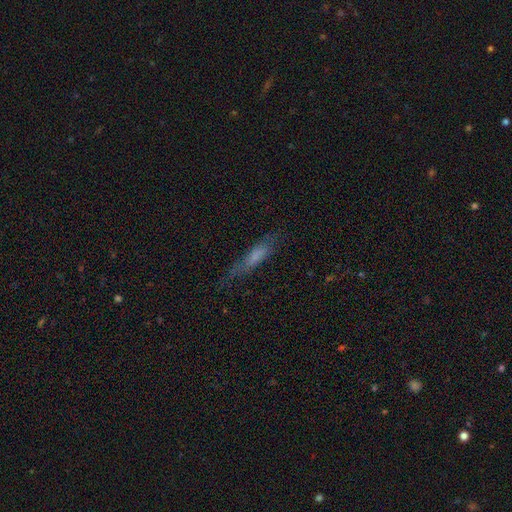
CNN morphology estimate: A smooth galaxy with no disk features (56%) that is cigar-shaped (79%). Merging: none (65%).